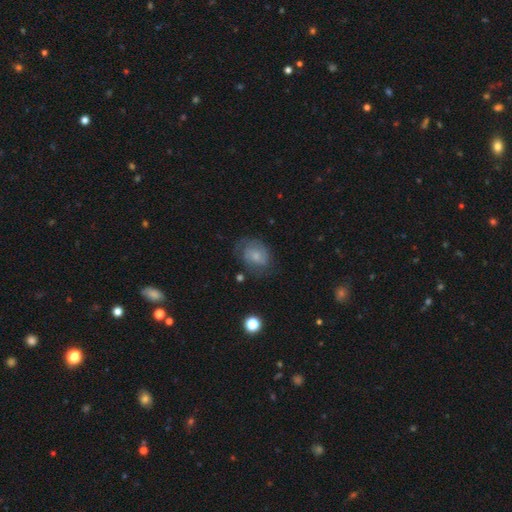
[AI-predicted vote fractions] Smooth or featured: featured or disk — 54% (smooth — 37%)
Edge-on disk: no — 97% (yes — 3%)
Bar: no — 62% (weak — 33%)
Spiral arms: yes — 83% (no — 17%)
Bulge size: small — 47% (moderate — 30%)
Merging: none — 61% (minor disturbance — 24%)